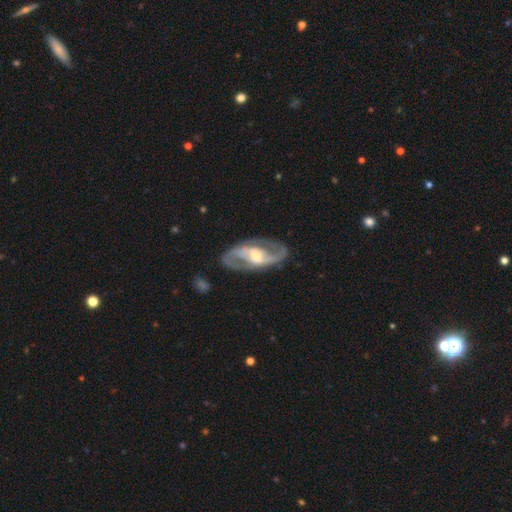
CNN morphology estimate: smooth_or_featured: featured or disk (p=0.87) [alt: smooth p=0.09]
disk_edge_on: no (p=0.94) [alt: yes p=0.06]
bar: weak (p=0.43) [alt: strong p=0.31]
has_spiral_arms: yes (p=0.92) [alt: no p=0.08]
spiral_winding: medium (p=0.53) [alt: loose p=0.24]
spiral_arm_count: 2 (p=0.90) [alt: can't tell p=0.05]
bulge_size: moderate (p=0.59) [alt: small p=0.19]
merging: none (p=0.81) [alt: minor disturbance p=0.13]